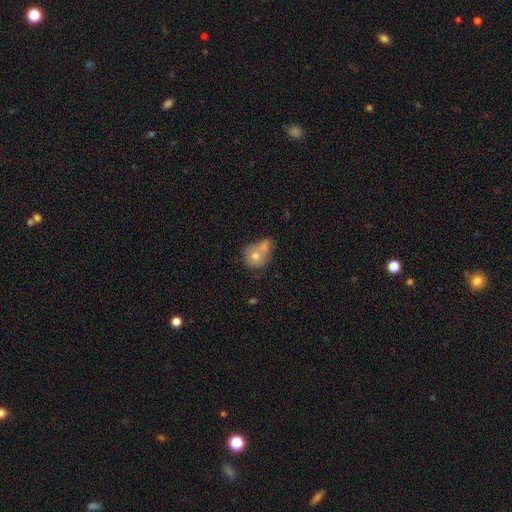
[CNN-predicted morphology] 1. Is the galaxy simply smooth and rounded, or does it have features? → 67% smooth, 24% featured or disk, 9% star or artifact.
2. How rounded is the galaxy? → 74% round, 25% in between, 1% cigar-shaped.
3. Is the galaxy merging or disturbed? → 53% merger, 29% none, 12% minor disturbance, 6% major disturbance.